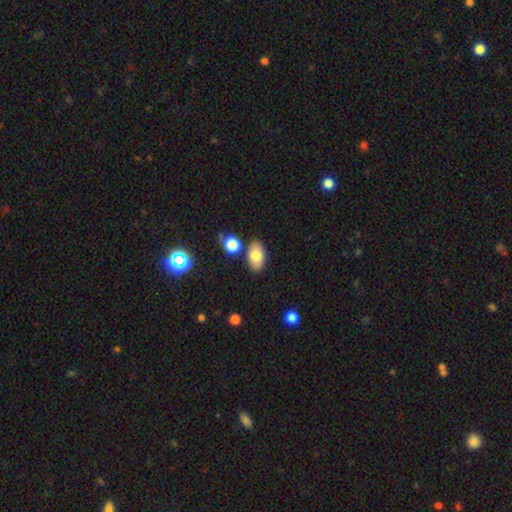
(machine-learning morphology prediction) smooth_or_featured: smooth (p=0.76) [alt: featured or disk p=0.15]
how_rounded: in between (p=0.92) [alt: round p=0.06]
merging: none (p=0.79) [alt: minor disturbance p=0.11]